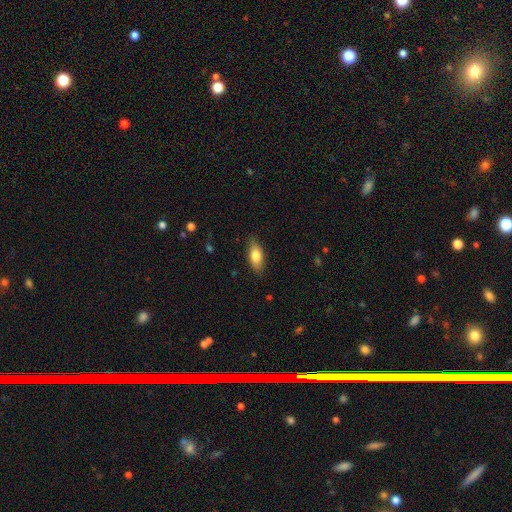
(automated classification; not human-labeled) This appears to be a smooth galaxy with no disk features (76%) that is in between round and cigar-shaped (80%). Merging: none (85%).